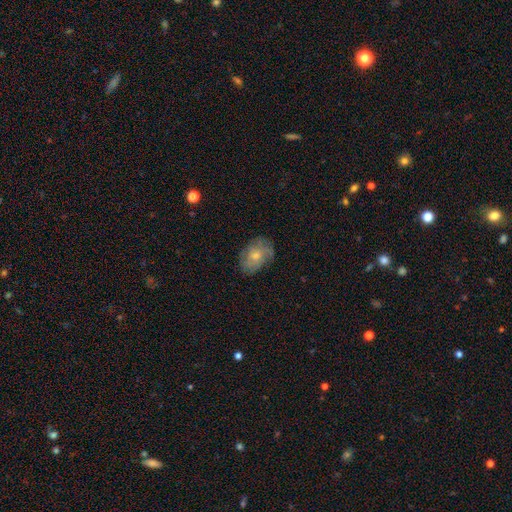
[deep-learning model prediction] This is possibly a smooth galaxy (56%). How rounded: clearly in between (80%). Merging: likely none (68%).